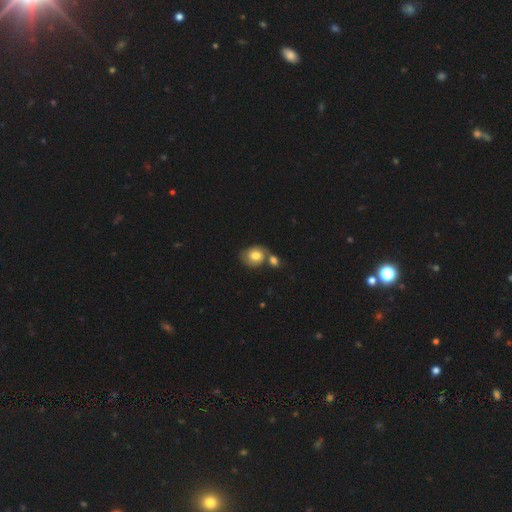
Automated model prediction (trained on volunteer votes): The model was most divided on "merging": merger: 43%, none: 39%, minor disturbance: 12%, major disturbance: 6%. More confident: smooth or featured — smooth (61%); how rounded — round (56%).